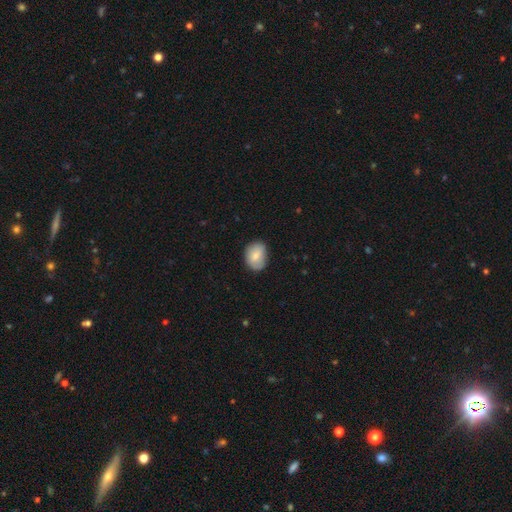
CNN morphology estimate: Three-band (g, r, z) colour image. It shows a smooth galaxy with no disk features (76%) that is in between round and cigar-shaped (67%). Merging: none (74%).